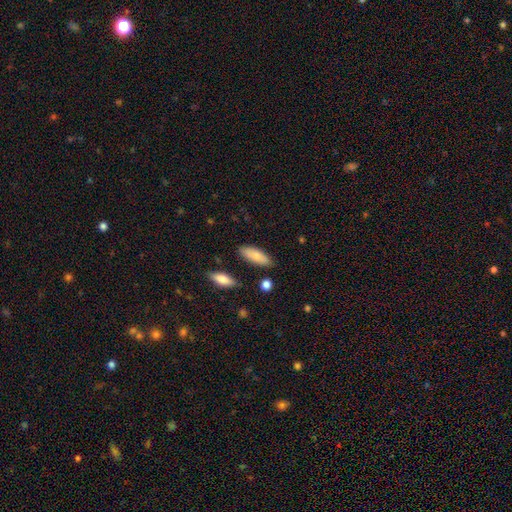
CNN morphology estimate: Smooth or featured? Predicted: smooth (p=0.82). How rounded? Predicted: in between (p=0.71). Merging? Predicted: none (p=0.82).